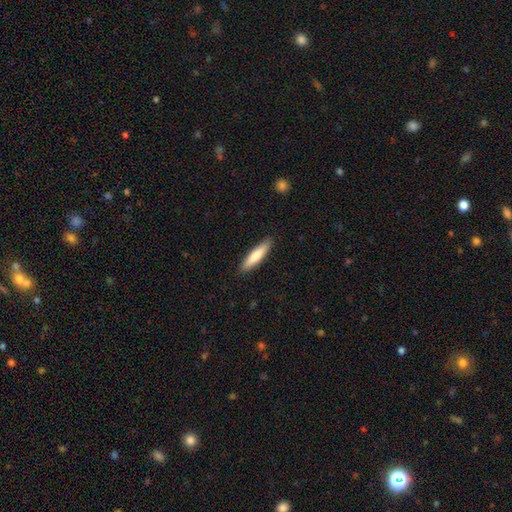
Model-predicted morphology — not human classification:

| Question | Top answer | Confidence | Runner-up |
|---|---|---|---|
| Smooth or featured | smooth | 76% | featured or disk (19%) |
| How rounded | cigar-shaped | 82% | in between (16%) |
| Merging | none | 89% | minor disturbance (8%) |